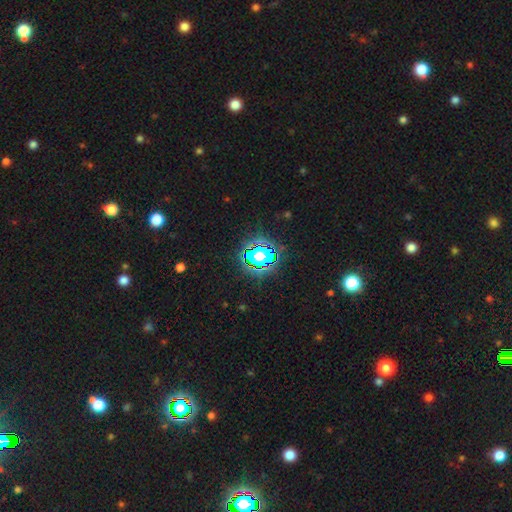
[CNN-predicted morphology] Overall: star or artifact (75%).